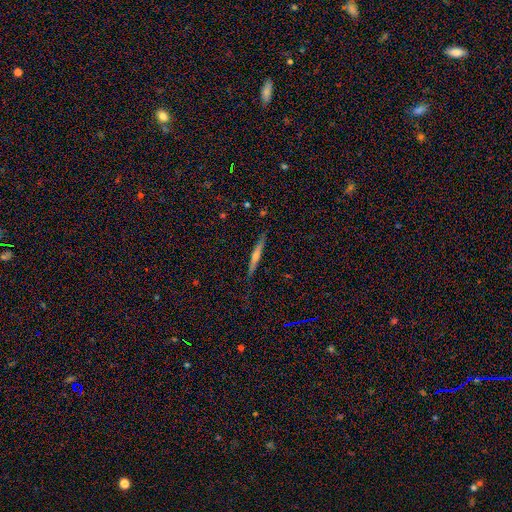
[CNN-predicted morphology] Overall: featured or disk (60%; smooth 33%). Edge-on disk: yes (97%). Edge-on bulge: rounded (67%). Merging: none (88%).